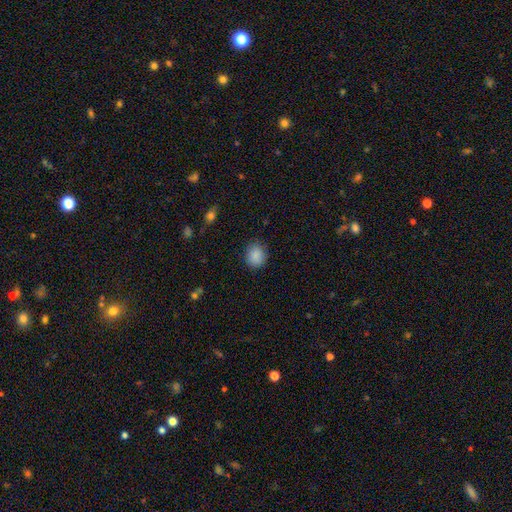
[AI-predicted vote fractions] Overall: smooth (88%). How rounded: round (69%; in between 30%). Merging: none (83%).